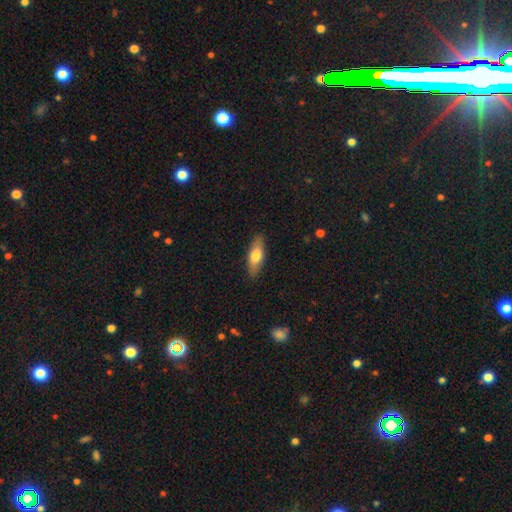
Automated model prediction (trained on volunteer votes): Smooth or featured? smooth (68%)
How rounded? in between (66%)
Merging? none (87%)